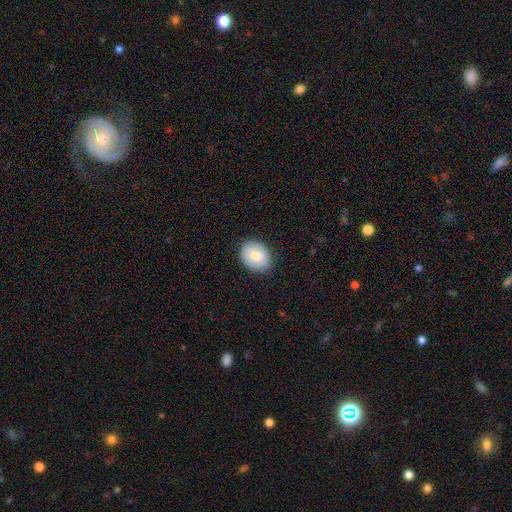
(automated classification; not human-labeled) Smooth or featured? Predicted: smooth (p=0.67). How rounded? Predicted: in between (p=0.60). Merging? Predicted: none (p=0.85).